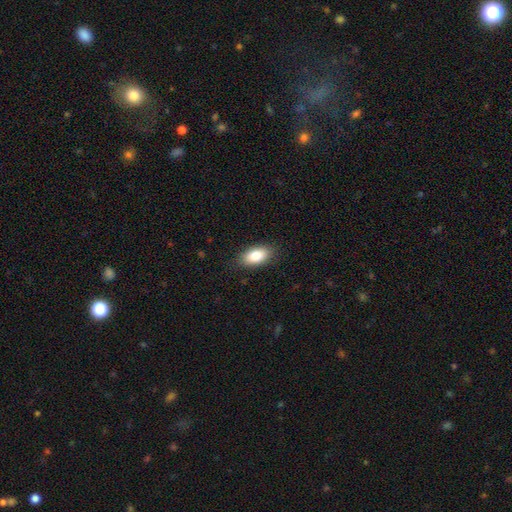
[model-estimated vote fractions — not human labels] smooth 84%, featured or disk 9%, star or artifact 7%. Down the decision tree: how rounded — in between (92%); merging — none (87%).